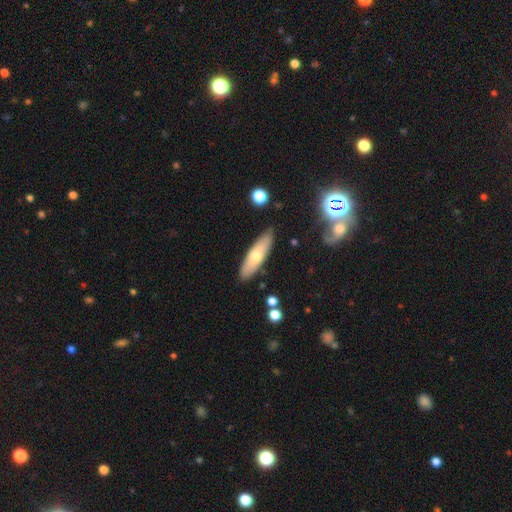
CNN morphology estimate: smooth-or-featured: smooth: 60% | featured or disk: 34% | star or artifact: 6%
  how-rounded: cigar-shaped: 60% | in between: 38% | round: 2%
  merging: none: 85% | minor disturbance: 11% | major disturbance: 2% | merger: 2%